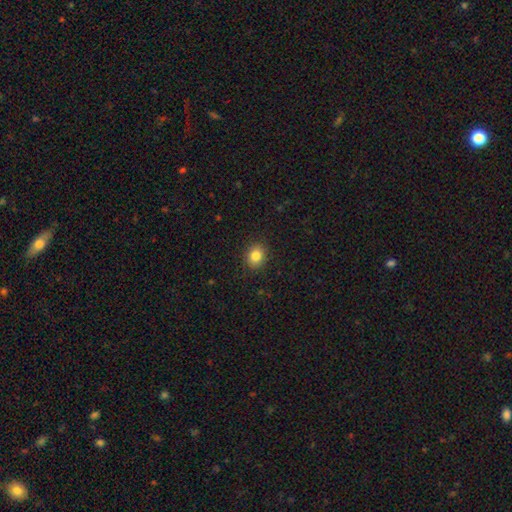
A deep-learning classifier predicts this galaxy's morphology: This appears to be a smooth galaxy with no disk features (83%) that is round (64%). Merging: none (89%).